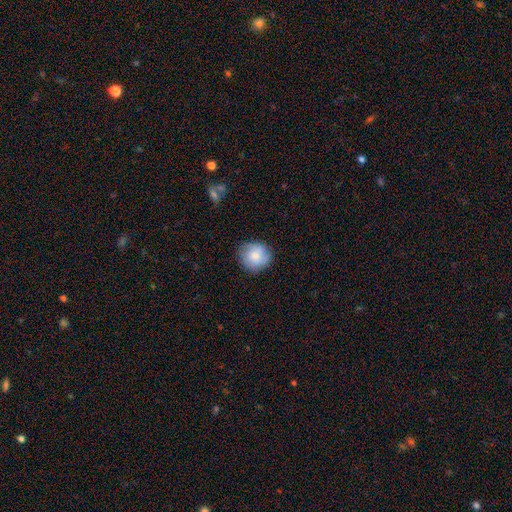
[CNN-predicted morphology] smooth 77%, featured or disk 15%, star or artifact 8%. Down the decision tree: how rounded — round (89%); merging — none (81%).